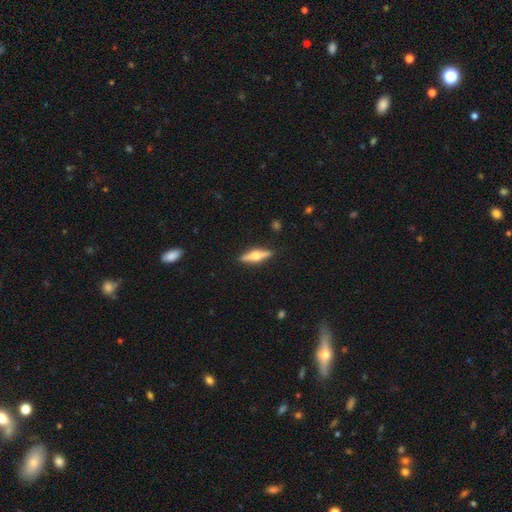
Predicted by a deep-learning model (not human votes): This appears to be a featured or disk galaxy (67%) viewed edge-on (96%) with a rounded central bulge (94%). Merging: none (89%).